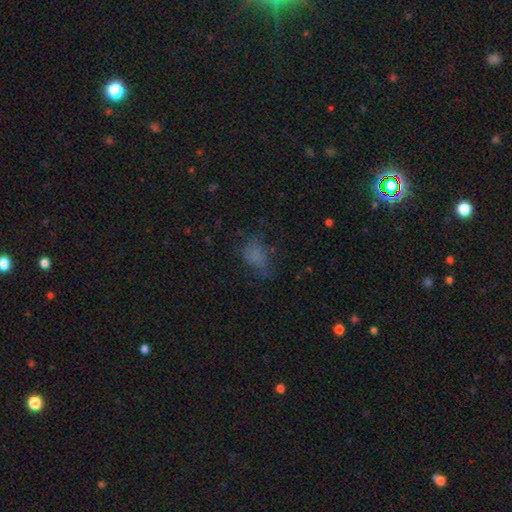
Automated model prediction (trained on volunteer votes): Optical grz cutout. It shows a smooth galaxy with no disk features (63%) that is in between round and cigar-shaped (79%). Merging: none (48%).